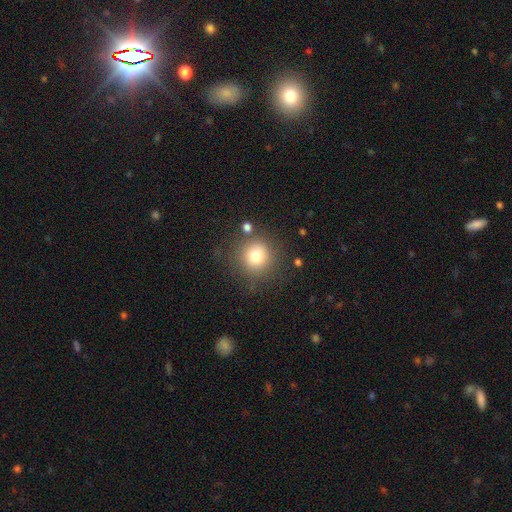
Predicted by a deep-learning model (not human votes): smooth 76%, star or artifact 13%, featured or disk 11%. Down the decision tree: how rounded — round (93%); merging — none (80%).